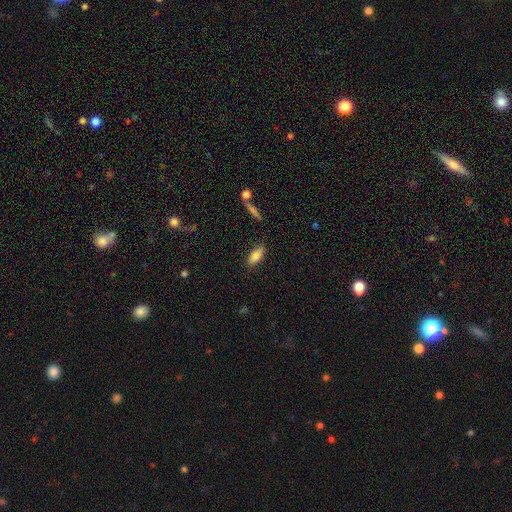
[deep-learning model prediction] A smooth galaxy with no disk features (84%) that is in between round and cigar-shaped (84%). Merging: none (83%).